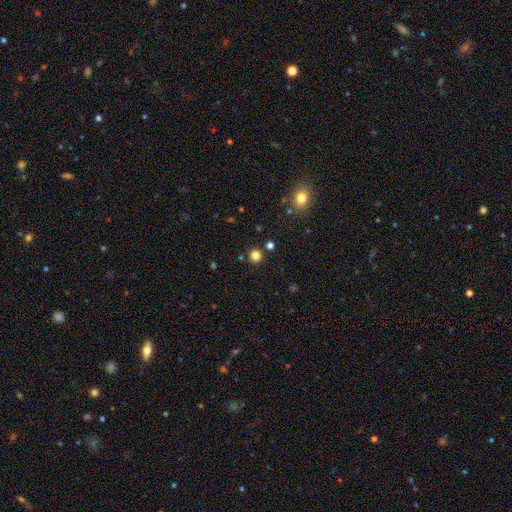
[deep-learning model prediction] This is clearly a smooth galaxy (80%). How rounded: clearly round (95%). Merging: clearly none (90%).